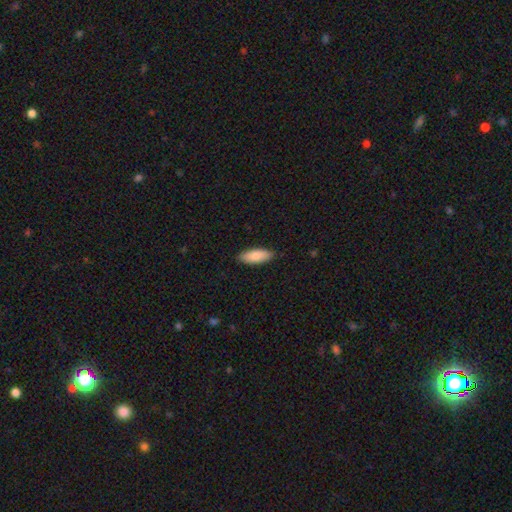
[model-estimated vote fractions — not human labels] Overall: smooth (85%). How rounded: in between (72%). Merging: none (87%).